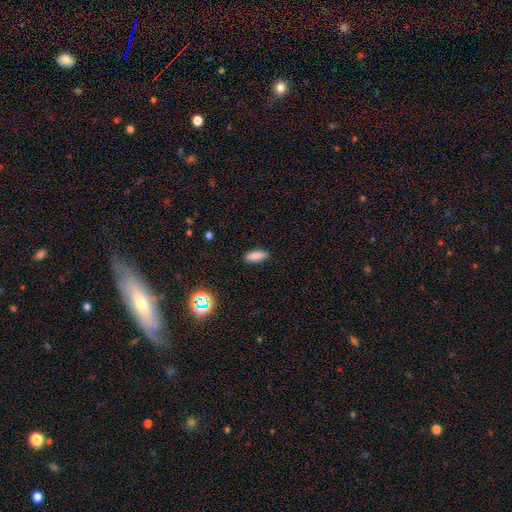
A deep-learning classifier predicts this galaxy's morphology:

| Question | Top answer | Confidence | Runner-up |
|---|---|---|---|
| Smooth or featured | smooth | 85% | star or artifact (10%) |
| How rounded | in between | 74% | cigar-shaped (24%) |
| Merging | none | 88% | minor disturbance (9%) |